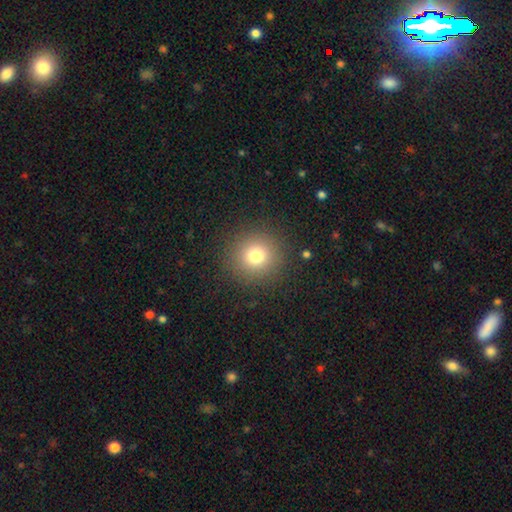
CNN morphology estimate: The model was most divided on "smooth or featured": smooth: 76%, star or artifact: 15%, featured or disk: 9%. More confident: how rounded — round (94%); merging — none (90%).